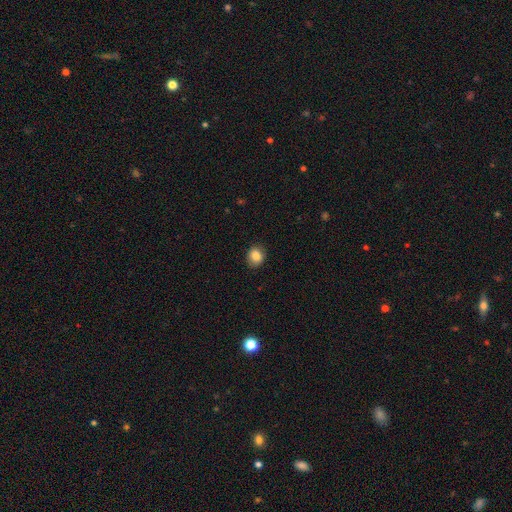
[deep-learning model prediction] Smooth or featured? smooth (85%)
How rounded? round (66%)
Merging? none (86%)